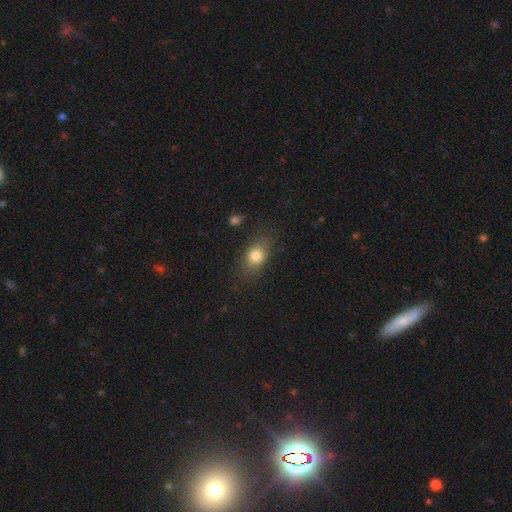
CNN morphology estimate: A smooth galaxy with no disk features (79%) that is in between round and cigar-shaped (72%).

Vote fractions:
- Smooth or featured? smooth: 79% / featured or disk: 12% / star or artifact: 10%
- How rounded? in between: 72% / round: 23% / cigar-shaped: 5%
- Merging? none: 77% / minor disturbance: 16% / major disturbance: 5% / merger: 2%